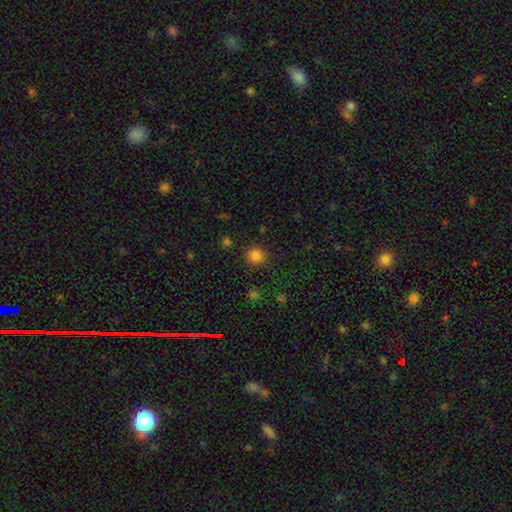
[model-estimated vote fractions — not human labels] Smooth or featured? Predicted: smooth (p=0.82). How rounded? Predicted: round (p=0.87). Merging? Predicted: none (p=0.88).